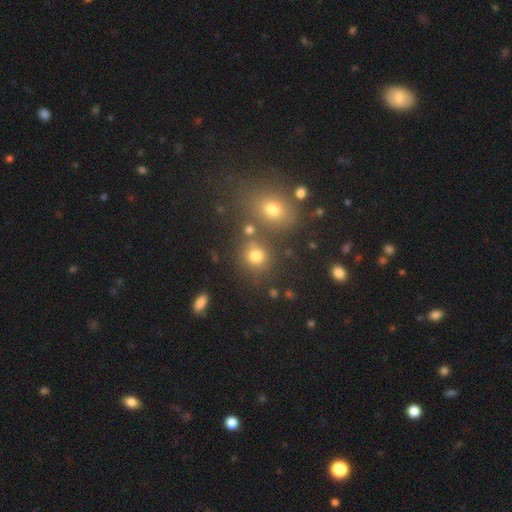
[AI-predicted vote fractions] smooth-or-featured: smooth: 74% | star or artifact: 18% | featured or disk: 8%
  how-rounded: round: 80% | in between: 19% | cigar-shaped: 1%
  merging: none: 68% | merger: 17% | minor disturbance: 10% | major disturbance: 5%